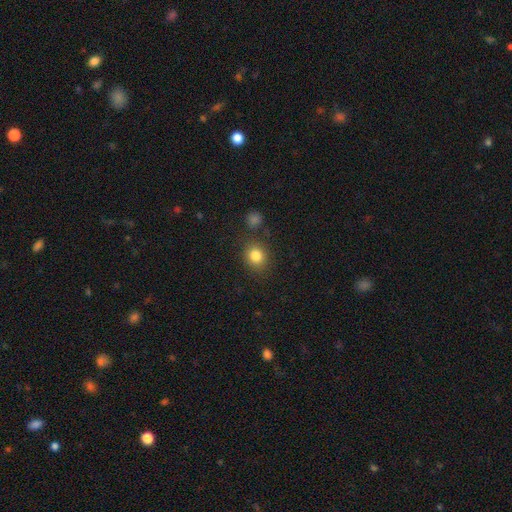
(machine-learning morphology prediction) Smooth or featured?
  - smooth: 83% *
  - star or artifact: 11%
  - featured or disk: 6%
How rounded?
  - round: 74% *
  - in between: 25%
  - cigar-shaped: 1%
Merging?
  - none: 82% *
  - minor disturbance: 10%
  - merger: 5%
  - major disturbance: 3%